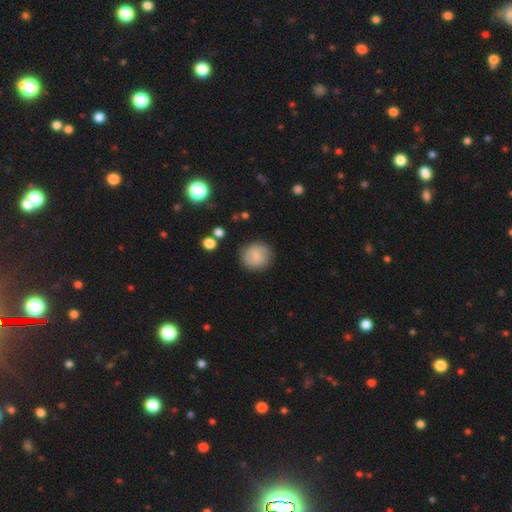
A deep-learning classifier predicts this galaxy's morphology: type=smooth (67%); roundness=round (87%); merging=none (82%).